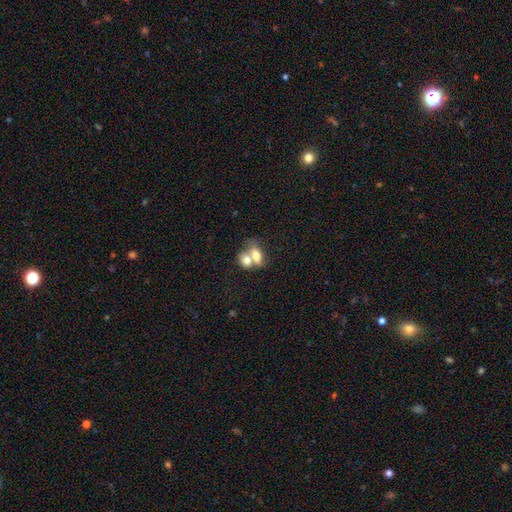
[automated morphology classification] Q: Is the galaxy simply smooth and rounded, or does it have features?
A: smooth — 71%.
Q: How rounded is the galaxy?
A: in between — 76%.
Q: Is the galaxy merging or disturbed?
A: merger — 71%.